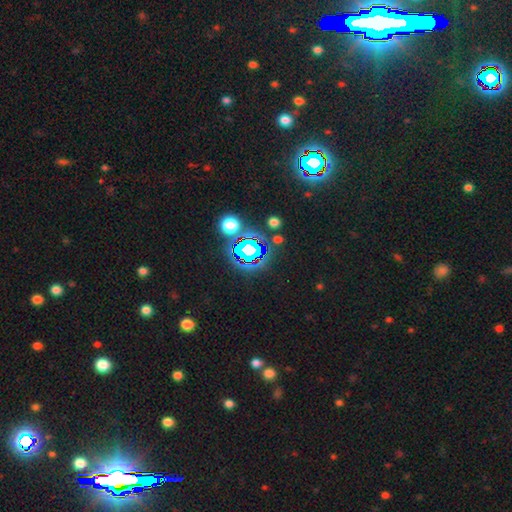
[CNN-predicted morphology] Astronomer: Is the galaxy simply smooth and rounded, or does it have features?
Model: star or artifact — 82%.